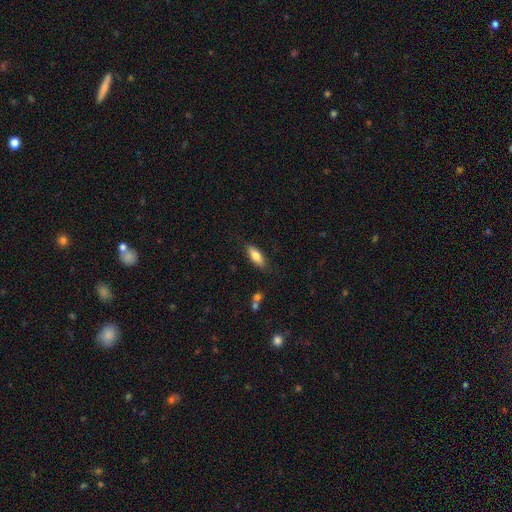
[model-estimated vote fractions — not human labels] A smooth galaxy with no disk features (78%) that is in between round and cigar-shaped (72%). Merging: none (81%).